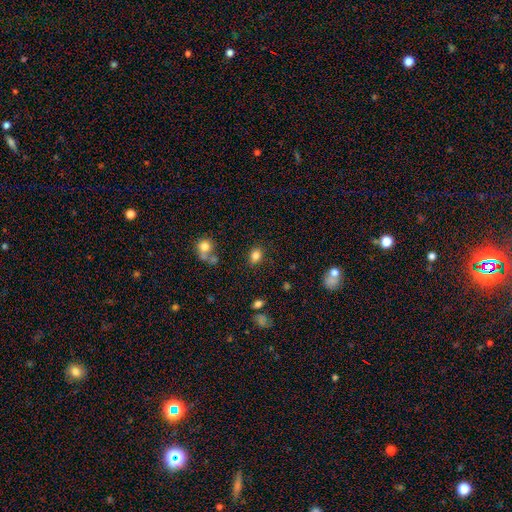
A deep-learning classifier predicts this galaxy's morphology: smooth 82%, star or artifact 11%, featured or disk 7%. Down the decision tree: how rounded — in between (66%); merging — none (81%).